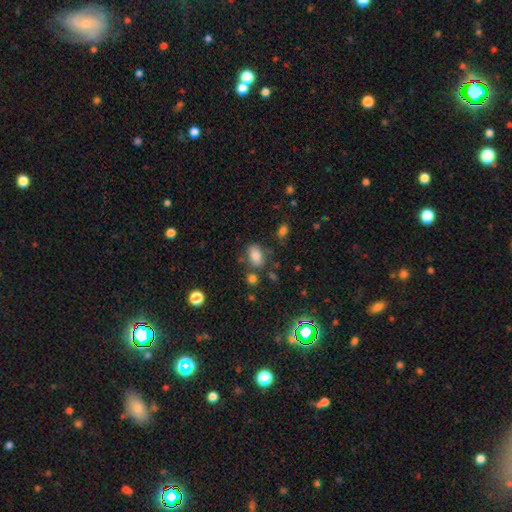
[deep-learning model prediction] A smooth galaxy with no disk features (82%) that is in between round and cigar-shaped (86%). Merging: none (68%).